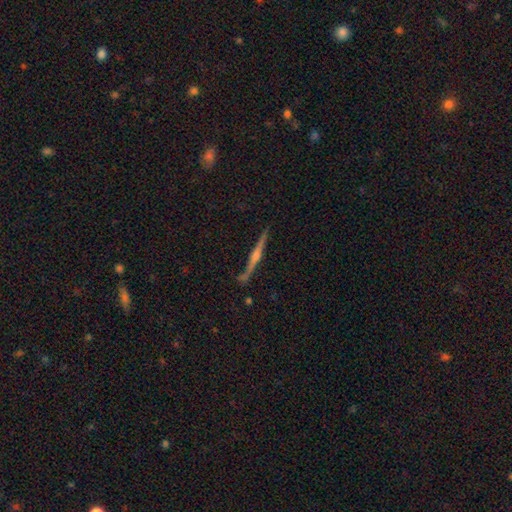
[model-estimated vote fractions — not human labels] Morphology: type=featured or disk (78%); edge-on=yes (97%); edge-on bulge=rounded (84%); merging=none (86%).